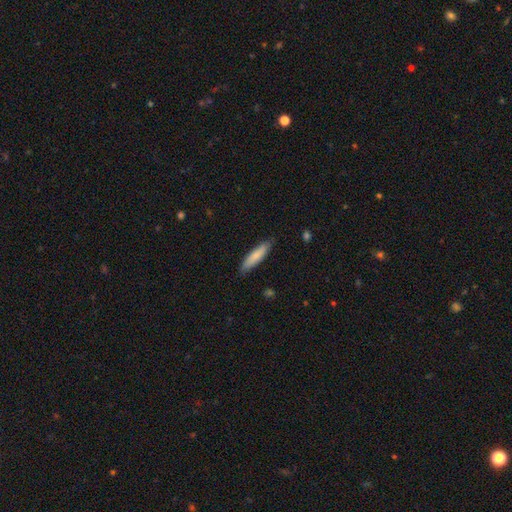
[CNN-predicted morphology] type=smooth (79%); roundness=cigar-shaped (80%); merging=none (85%).